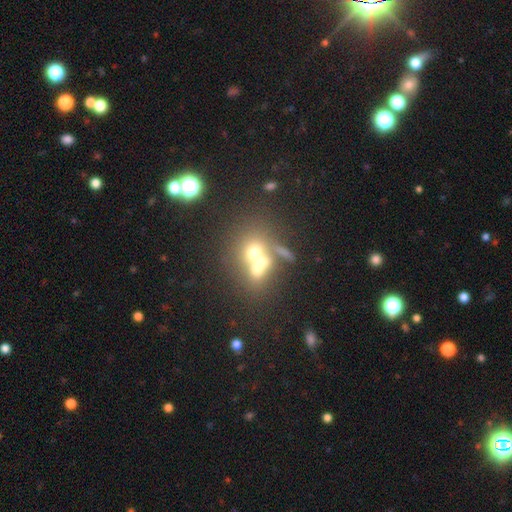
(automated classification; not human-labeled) Morphology: type=smooth (46%); merging=merger (49%).